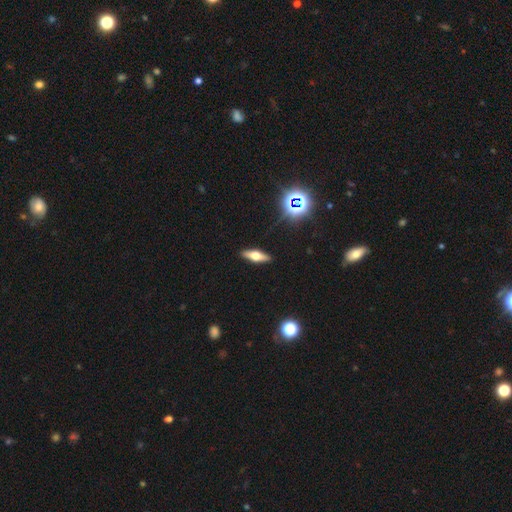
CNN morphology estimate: A featured or disk galaxy (49%).

Vote fractions:
- Smooth or featured? featured or disk: 49% / smooth: 40% / star or artifact: 11%
- Merging? none: 90% / minor disturbance: 7% / major disturbance: 2% / merger: 1%